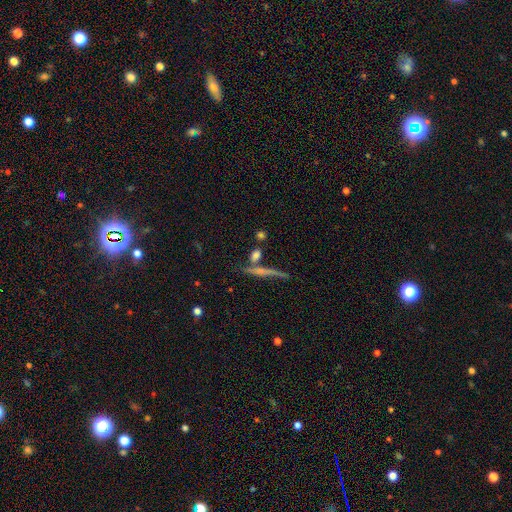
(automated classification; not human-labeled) This appears to be a smooth galaxy with no disk features (67%) that is cigar-shaped (43%). Merging: none (64%).